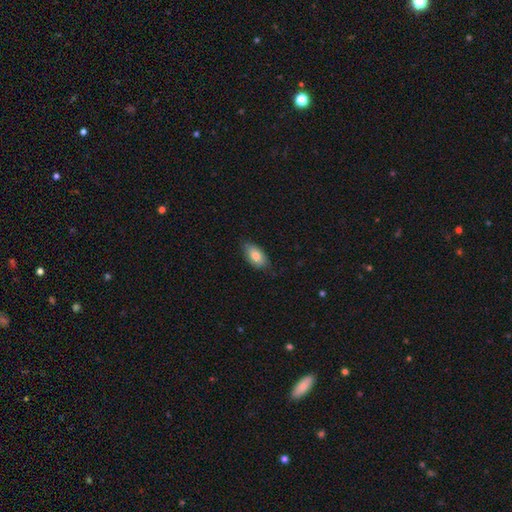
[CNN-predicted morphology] Smooth or featured? smooth (78%)
How rounded? in between (92%)
Merging? none (79%)